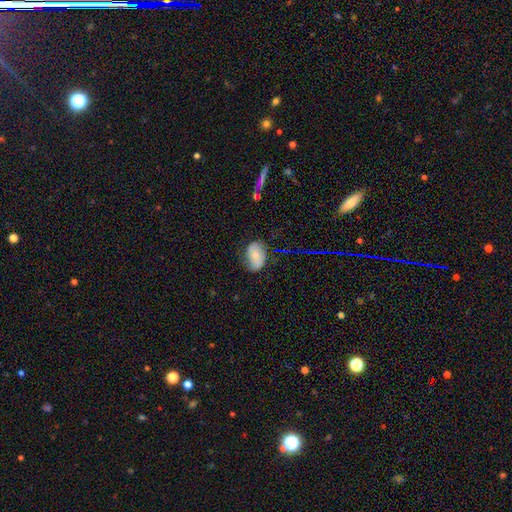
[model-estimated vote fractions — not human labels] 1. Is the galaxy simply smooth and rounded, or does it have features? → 59% smooth, 32% featured or disk, 10% star or artifact.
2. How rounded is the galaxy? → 85% in between, 13% round, 1% cigar-shaped.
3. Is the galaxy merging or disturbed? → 61% none, 29% minor disturbance, 9% major disturbance, 2% merger.